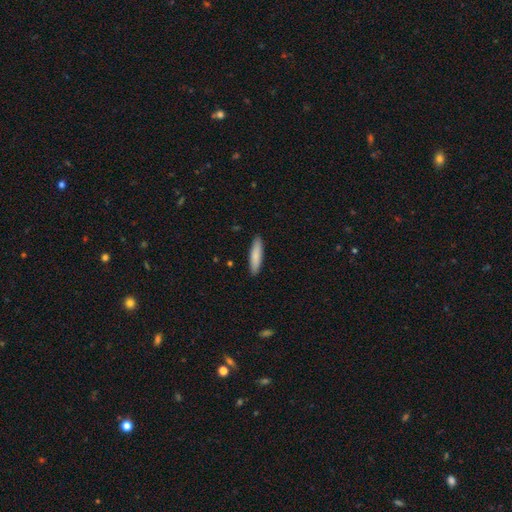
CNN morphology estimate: Smooth or featured? Predicted: smooth (p=0.83). How rounded? Predicted: cigar-shaped (p=0.78). Merging? Predicted: none (p=0.90).